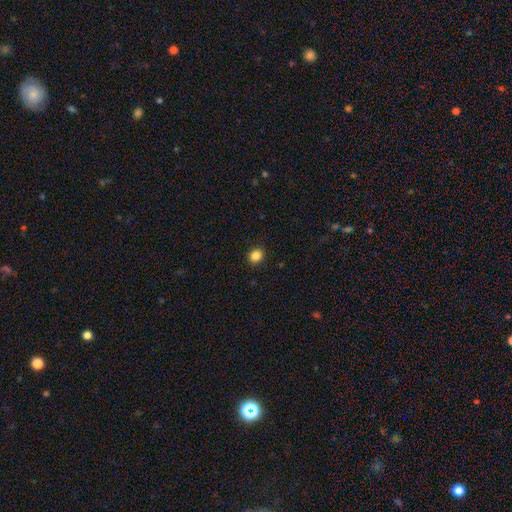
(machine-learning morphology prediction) smooth 85%, star or artifact 11%, featured or disk 4%. Down the decision tree: how rounded — round (81%); merging — none (91%).